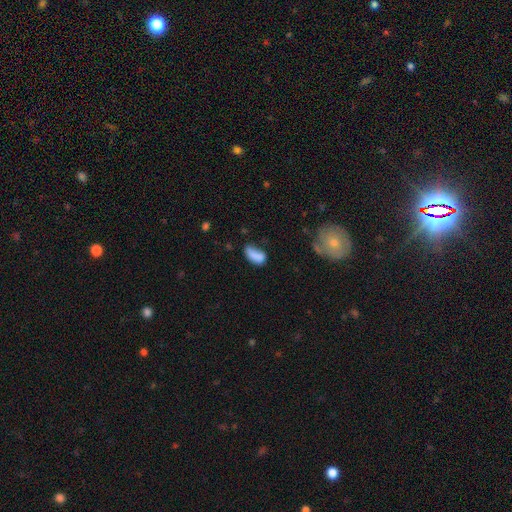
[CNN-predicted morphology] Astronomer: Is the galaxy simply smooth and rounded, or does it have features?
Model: smooth — 81%.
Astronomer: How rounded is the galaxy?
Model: in between — 90%.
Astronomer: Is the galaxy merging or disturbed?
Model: none — 38% (runner-up: minor disturbance, 34%).